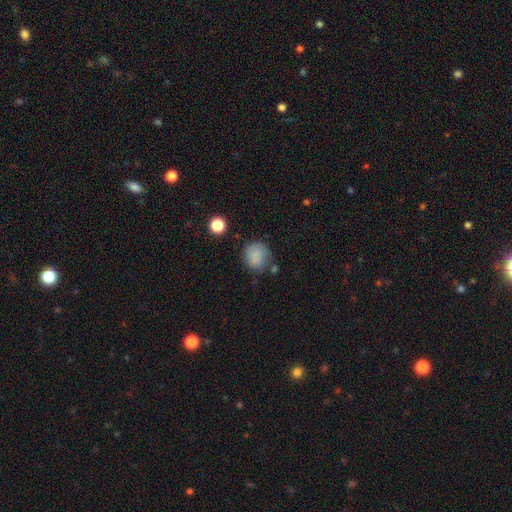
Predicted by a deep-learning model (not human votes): Smooth or featured?
  - smooth: 81% *
  - star or artifact: 10%
  - featured or disk: 9%
How rounded?
  - round: 84% *
  - in between: 15%
  - cigar-shaped: 1%
Merging?
  - none: 70% *
  - minor disturbance: 18%
  - major disturbance: 6%
  - merger: 6%